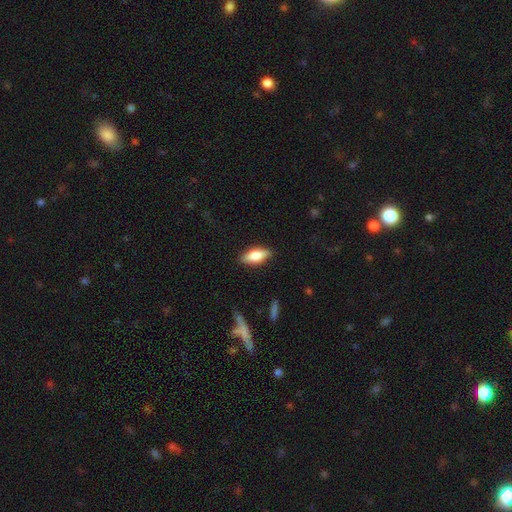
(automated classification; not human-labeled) Smooth or featured: smooth — 70% (featured or disk — 23%)
How rounded: in between — 75% (cigar-shaped — 22%)
Merging: none — 85% (minor disturbance — 11%)